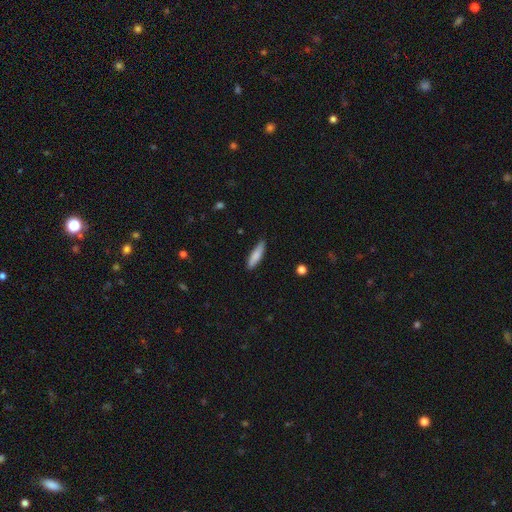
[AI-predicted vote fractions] smooth-or-featured: smooth: 82% | featured or disk: 12% | star or artifact: 6%
  how-rounded: cigar-shaped: 73% | in between: 25% | round: 2%
  merging: none: 81% | minor disturbance: 15% | major disturbance: 2% | merger: 1%